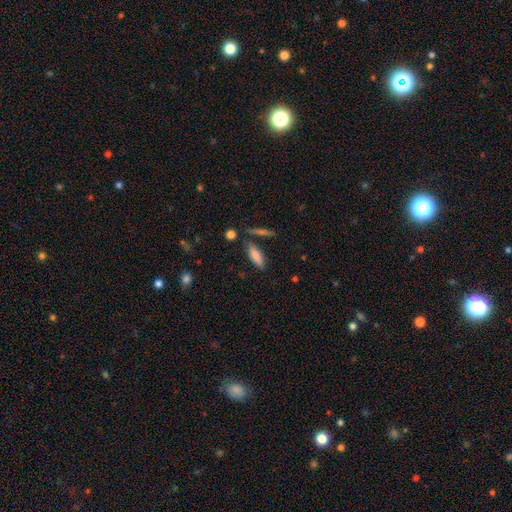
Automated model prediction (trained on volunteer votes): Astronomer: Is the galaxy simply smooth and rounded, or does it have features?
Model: smooth — 81%.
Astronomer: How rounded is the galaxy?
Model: in between — 65%.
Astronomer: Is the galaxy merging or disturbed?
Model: none — 75%.